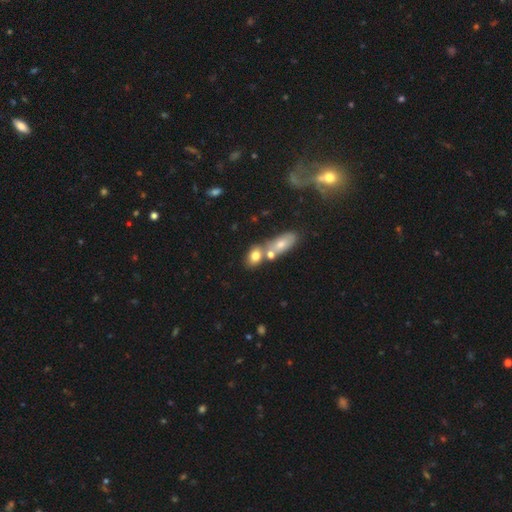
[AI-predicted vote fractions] Overall: smooth (73%). How rounded: in between (76%). Merging: merger (47%; none 38%).